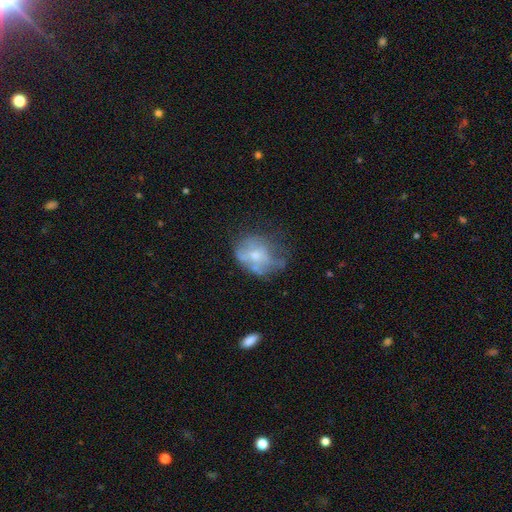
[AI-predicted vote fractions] Smooth or featured: featured or disk — 45% (smooth — 44%)
Merging: none — 37% (minor disturbance — 29%)